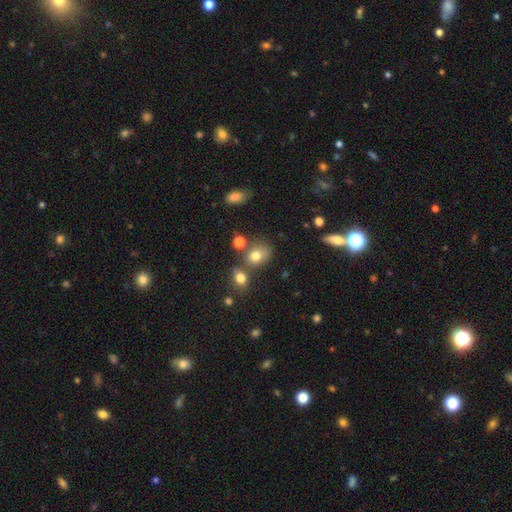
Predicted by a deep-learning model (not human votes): Smooth or featured? Predicted: smooth (p=0.76). How rounded? Predicted: round (p=0.49, tied with in between). Merging? Predicted: none (p=0.55).